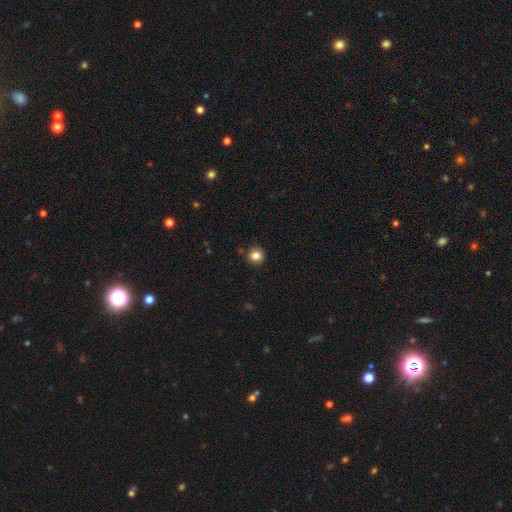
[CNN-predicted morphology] smooth 84%, star or artifact 11%, featured or disk 4%. Down the decision tree: how rounded — round (92%); merging — none (90%).